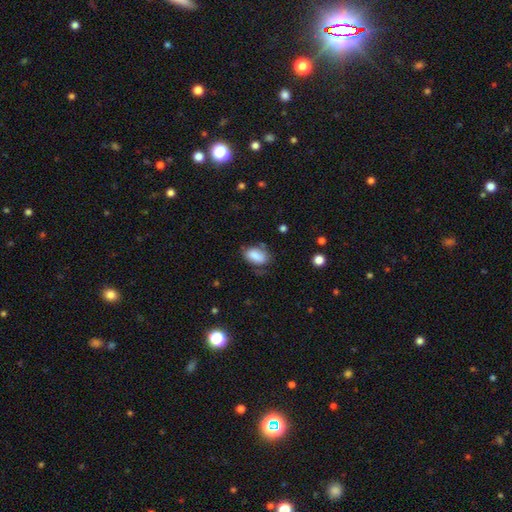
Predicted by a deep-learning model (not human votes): Q: Smooth or featured?
A: smooth (84%); runner-up: featured or disk (9%)
Q: How rounded?
A: in between (91%); runner-up: round (6%)
Q: Merging?
A: none (63%); runner-up: minor disturbance (25%)